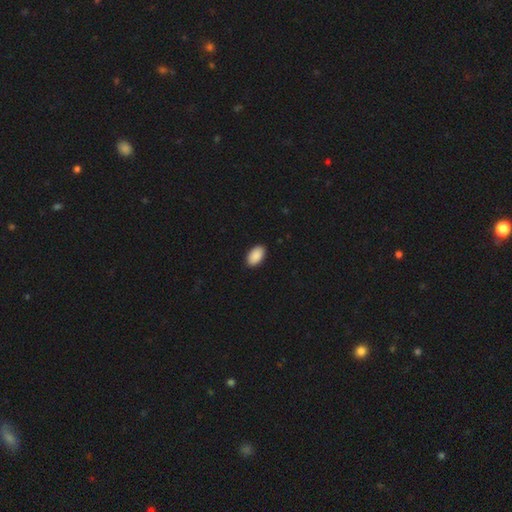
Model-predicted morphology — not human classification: smooth-or-featured: smooth: 91% | star or artifact: 6% | featured or disk: 3%
  how-rounded: in between: 95% | round: 3% | cigar-shaped: 1%
  merging: none: 90% | minor disturbance: 7% | major disturbance: 2% | merger: 1%